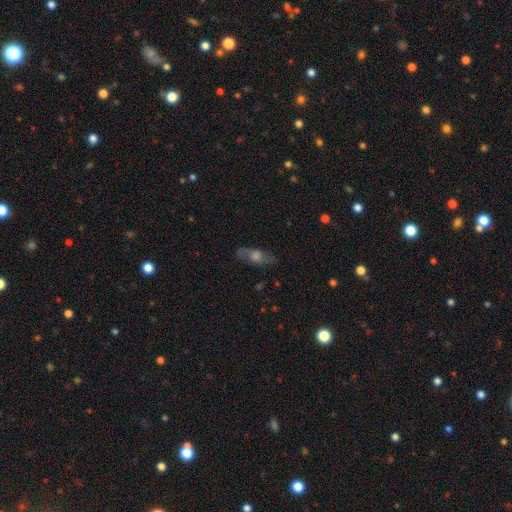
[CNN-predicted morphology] This appears to be a featured or disk galaxy (52%). Merging: none (80%).